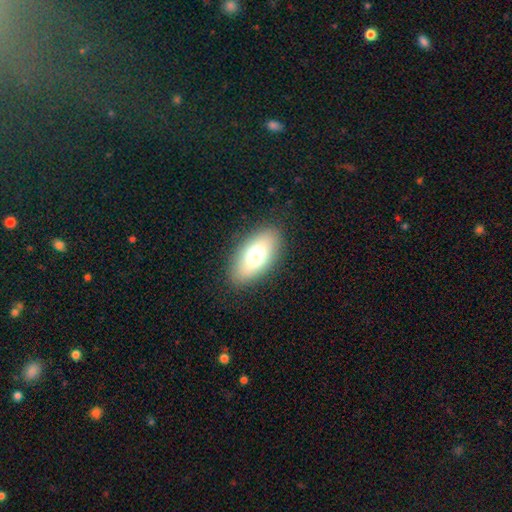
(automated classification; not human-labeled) Morphology: type=smooth (69%); roundness=in between (88%); merging=none (87%).